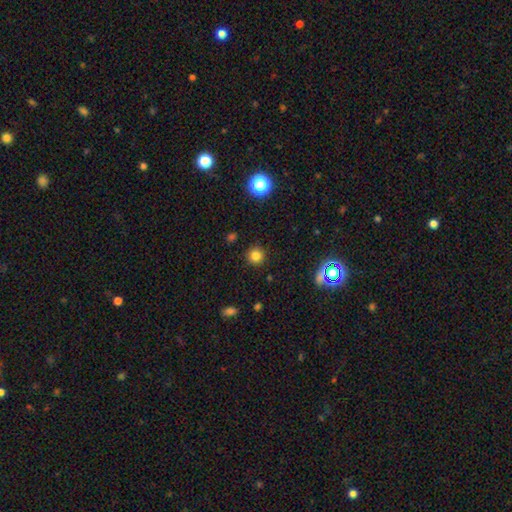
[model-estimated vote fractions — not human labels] Smooth or featured?
  - smooth: 80% *
  - star or artifact: 15%
  - featured or disk: 5%
How rounded?
  - round: 94% *
  - in between: 5%
  - cigar-shaped: 1%
Merging?
  - none: 91% *
  - minor disturbance: 6%
  - major disturbance: 2%
  - merger: 1%